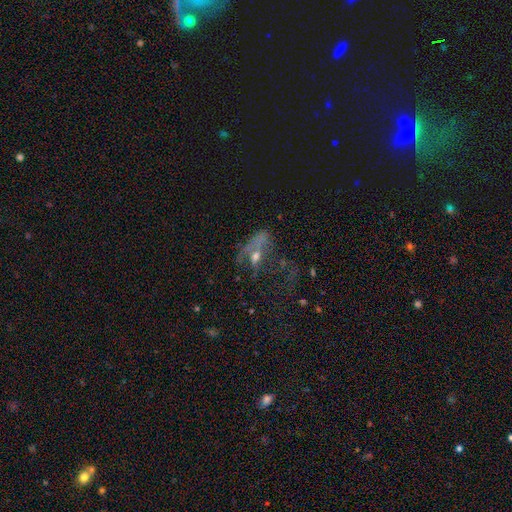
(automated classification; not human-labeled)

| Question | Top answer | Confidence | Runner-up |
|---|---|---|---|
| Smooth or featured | featured or disk | 50% | star or artifact (25%) |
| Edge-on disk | no | 85% | yes (15%) |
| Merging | major disturbance | 47% | none (27%) |